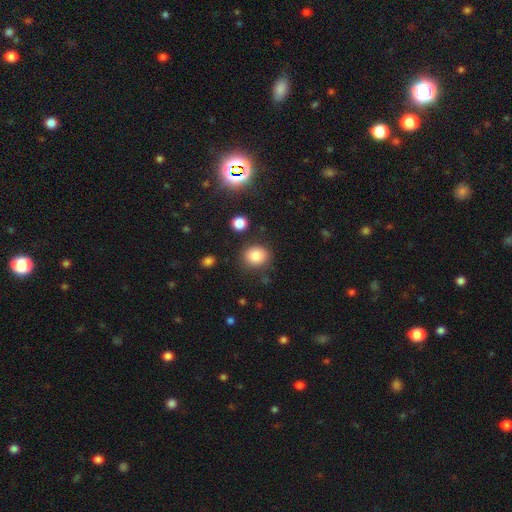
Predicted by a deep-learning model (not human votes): This appears to be a smooth galaxy with no disk features (82%) that is round (71%). Merging: none (84%).